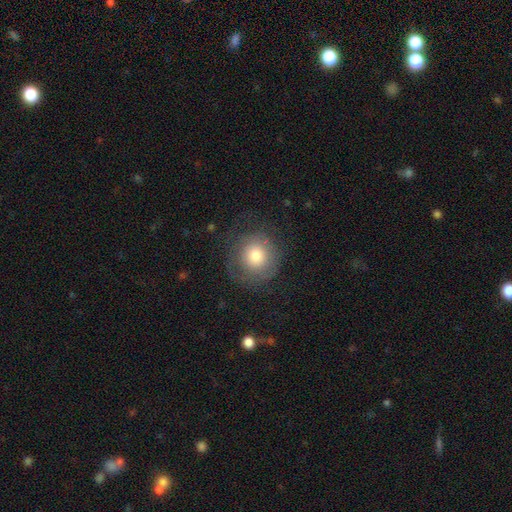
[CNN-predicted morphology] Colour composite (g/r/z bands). It shows a smooth galaxy with no disk features (68%) that is round (91%). Merging: none (67%).